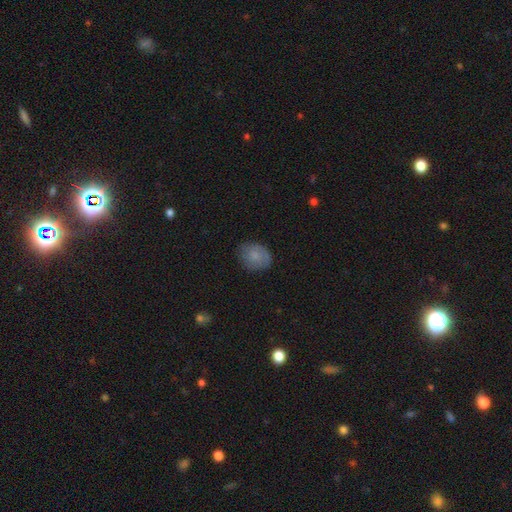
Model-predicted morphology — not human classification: smooth_or_featured: smooth (p=0.75) [alt: featured or disk p=0.17]
how_rounded: round (p=0.55) [alt: in between p=0.44]
merging: none (p=0.75) [alt: minor disturbance p=0.19]